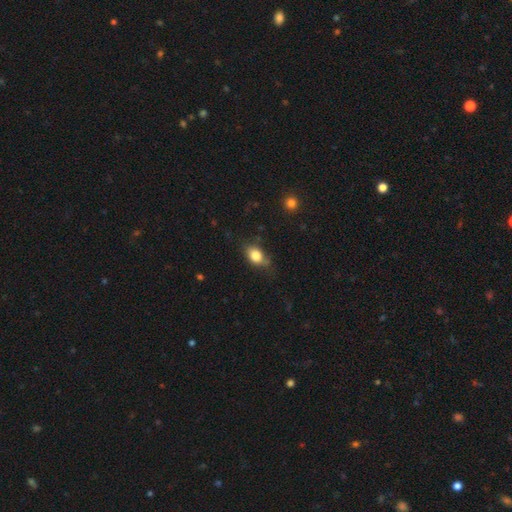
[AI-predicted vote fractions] smooth-or-featured: smooth: 81% | featured or disk: 10% | star or artifact: 9%
  how-rounded: in between: 75% | round: 23% | cigar-shaped: 3%
  merging: none: 64% | minor disturbance: 27% | major disturbance: 7% | merger: 2%